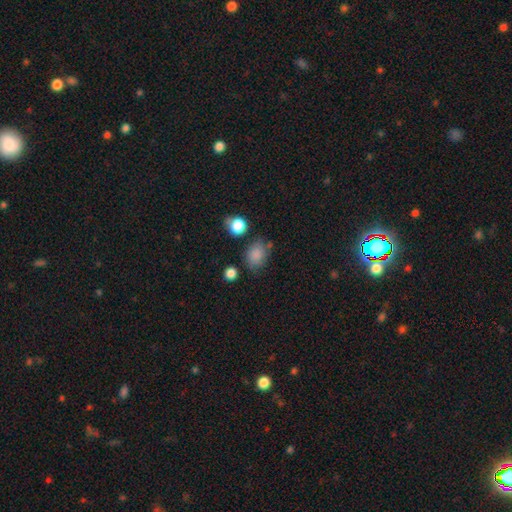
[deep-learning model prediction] This appears to be a smooth galaxy with no disk features (83%) that is in between round and cigar-shaped (61%). Merging: none (66%).